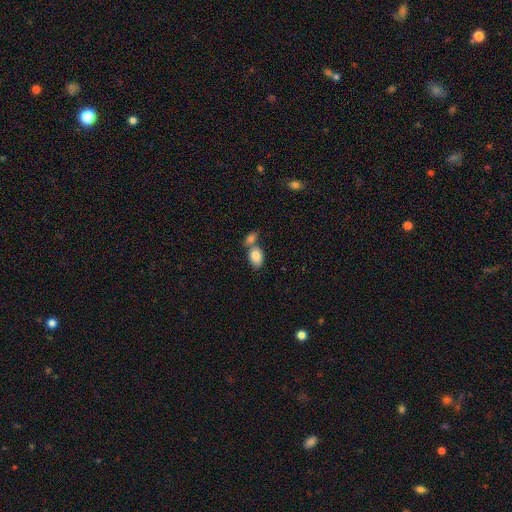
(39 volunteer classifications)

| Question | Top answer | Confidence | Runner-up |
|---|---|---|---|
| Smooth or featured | smooth | 85% | featured or disk (10%) |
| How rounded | in between | 88% | round (12%) |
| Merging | merger | 46% | none (43%) |